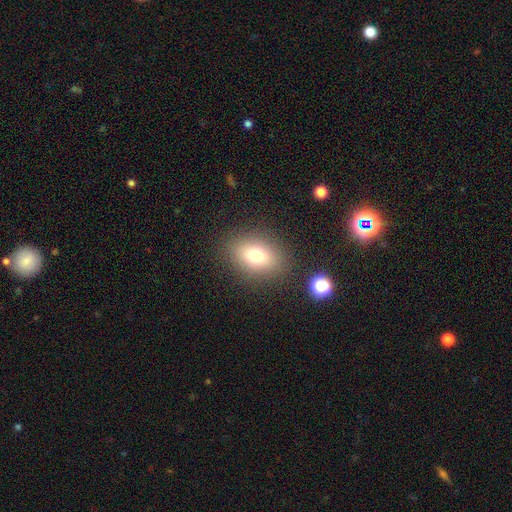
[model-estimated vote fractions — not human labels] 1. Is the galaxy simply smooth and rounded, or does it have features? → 74% smooth, 14% star or artifact, 12% featured or disk.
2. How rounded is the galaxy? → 70% in between, 28% round, 1% cigar-shaped.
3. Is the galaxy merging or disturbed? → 85% none, 9% minor disturbance, 4% major disturbance, 2% merger.